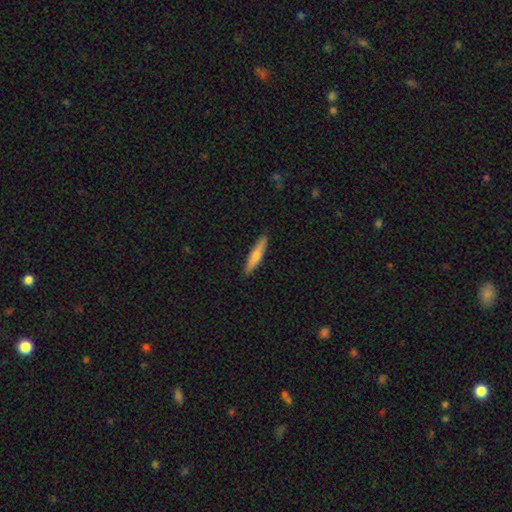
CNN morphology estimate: smooth 60%, featured or disk 34%, star or artifact 6%. Down the decision tree: how rounded — cigar-shaped (89%); merging — none (91%).